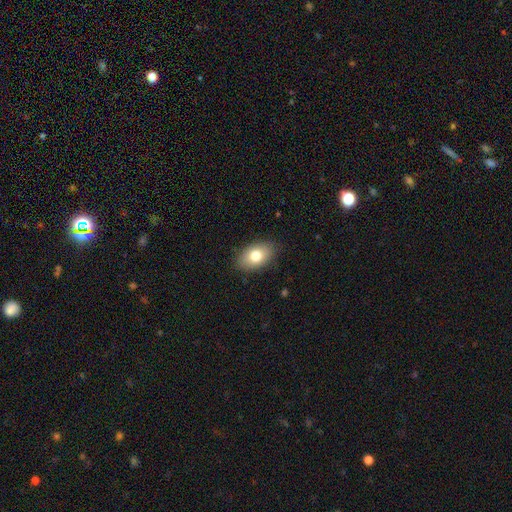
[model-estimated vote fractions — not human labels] Q: Smooth or featured?
A: smooth (78%); runner-up: featured or disk (14%)
Q: How rounded?
A: in between (89%); runner-up: round (9%)
Q: Merging?
A: none (85%); runner-up: minor disturbance (11%)